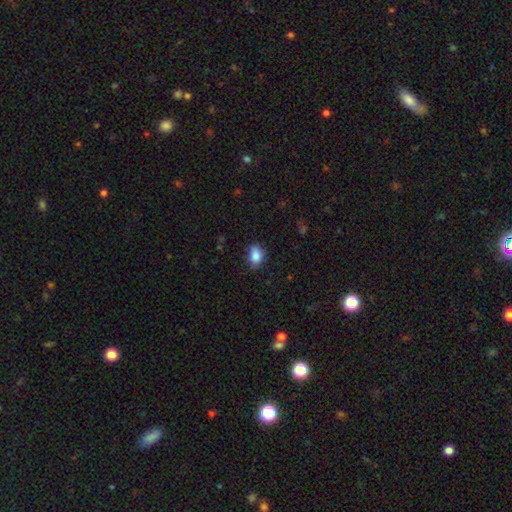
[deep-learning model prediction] Smooth or featured? smooth (86%)
How rounded? in between (73%)
Merging? none (69%)